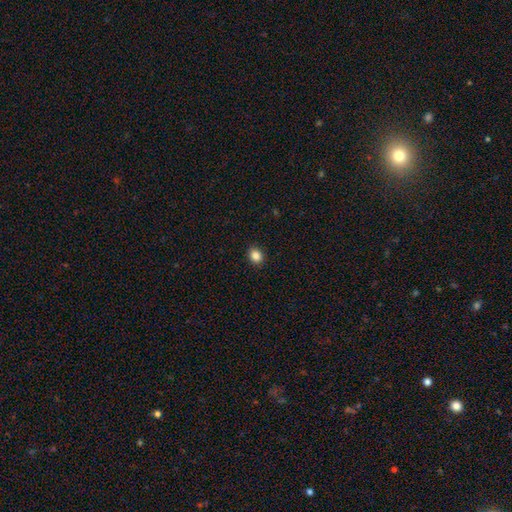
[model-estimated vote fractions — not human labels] A smooth galaxy with no disk features (86%) that is round (62%).

Vote fractions:
- Smooth or featured? smooth: 86% / star or artifact: 10% / featured or disk: 4%
- How rounded? round: 62% / in between: 37% / cigar-shaped: 1%
- Merging? none: 91% / minor disturbance: 6% / major disturbance: 2% / merger: 1%